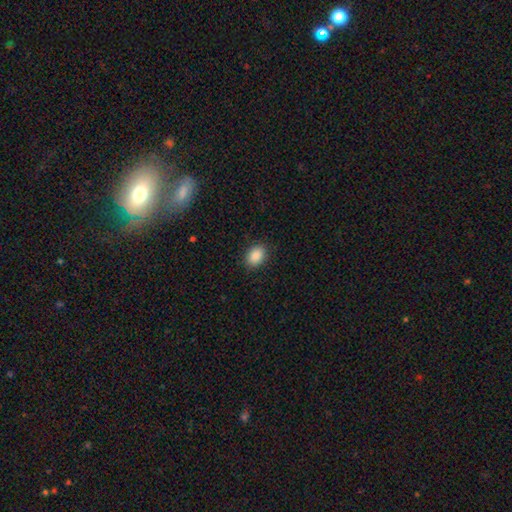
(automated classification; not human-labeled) This appears to be a smooth galaxy with no disk features (89%) that is in between round and cigar-shaped (75%). Merging: none (88%).